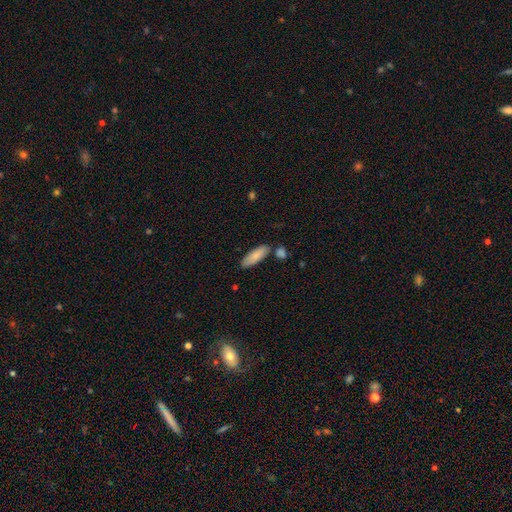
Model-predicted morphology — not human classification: Smooth or featured? Predicted: smooth (p=0.81). How rounded? Predicted: in between (p=0.64). Merging? Predicted: none (p=0.77).